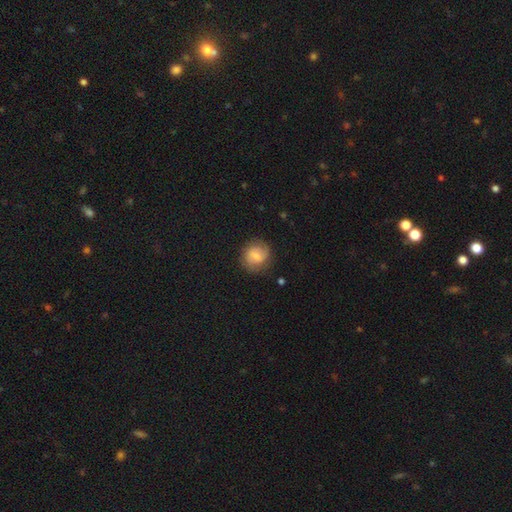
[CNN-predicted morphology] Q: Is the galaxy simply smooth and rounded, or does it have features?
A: smooth — 46%, tied with featured or disk.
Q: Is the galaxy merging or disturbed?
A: none — 77%.